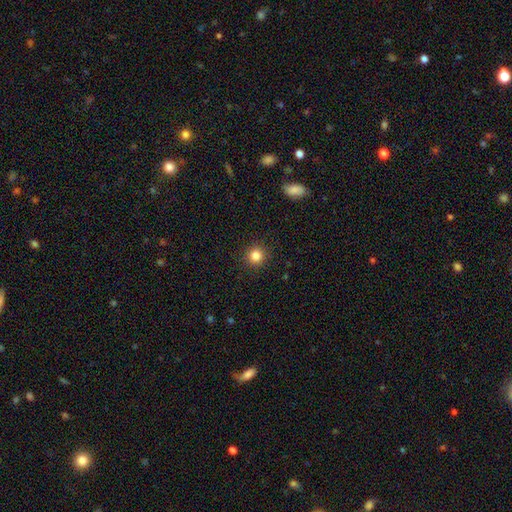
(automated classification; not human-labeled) Smooth or featured: smooth — 84% (star or artifact — 12%)
How rounded: round — 93% (in between — 6%)
Merging: none — 91% (minor disturbance — 6%)